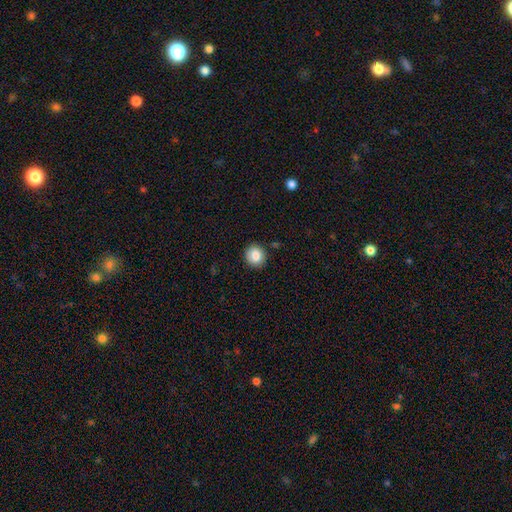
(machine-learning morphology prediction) smooth-or-featured: smooth: 83% | star or artifact: 9% | featured or disk: 8%
  how-rounded: round: 85% | in between: 14% | cigar-shaped: 1%
  merging: none: 89% | minor disturbance: 8% | major disturbance: 2% | merger: 1%